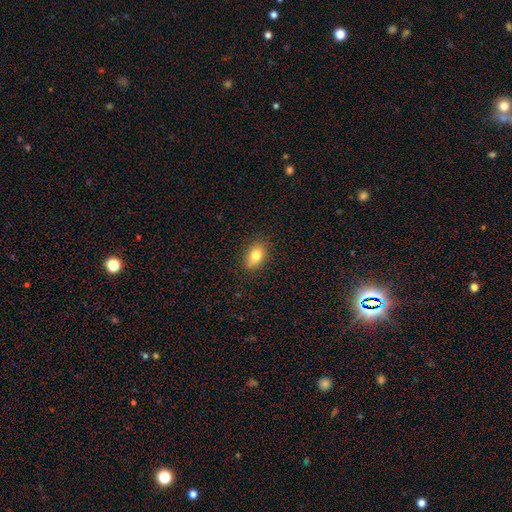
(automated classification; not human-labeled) Overall: smooth (78%). How rounded: in between (83%). Merging: none (86%).